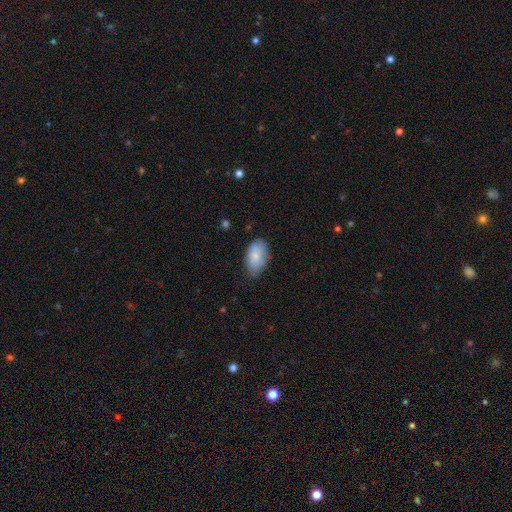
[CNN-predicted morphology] Smooth or featured?
  - smooth: 81% *
  - featured or disk: 12%
  - star or artifact: 6%
How rounded?
  - in between: 93% *
  - round: 5%
  - cigar-shaped: 2%
Merging?
  - none: 71% *
  - minor disturbance: 23%
  - major disturbance: 4%
  - merger: 1%